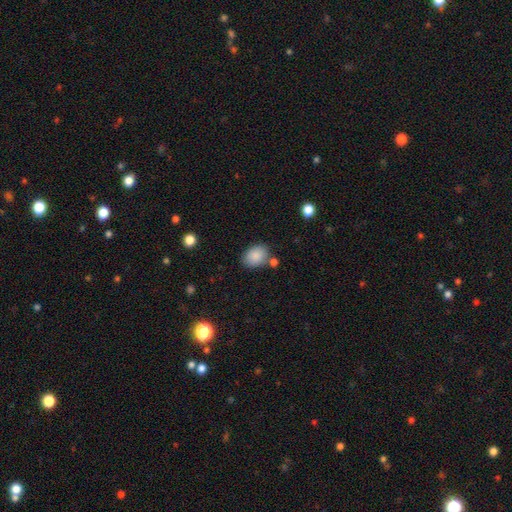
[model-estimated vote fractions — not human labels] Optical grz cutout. It shows a smooth galaxy with no disk features (87%) that is in between round and cigar-shaped (75%). Merging: none (74%).